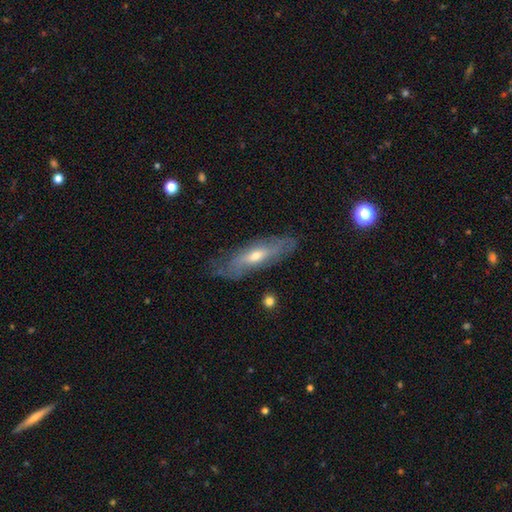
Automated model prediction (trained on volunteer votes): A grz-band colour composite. It shows a featured or disk galaxy (59%). Merging: none (70%).